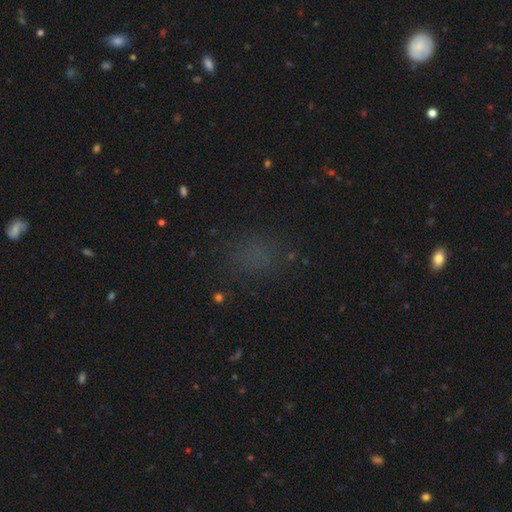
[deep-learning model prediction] This is possibly a smooth galaxy (58%). How rounded: possibly round (49%). Merging: likely none (77%).